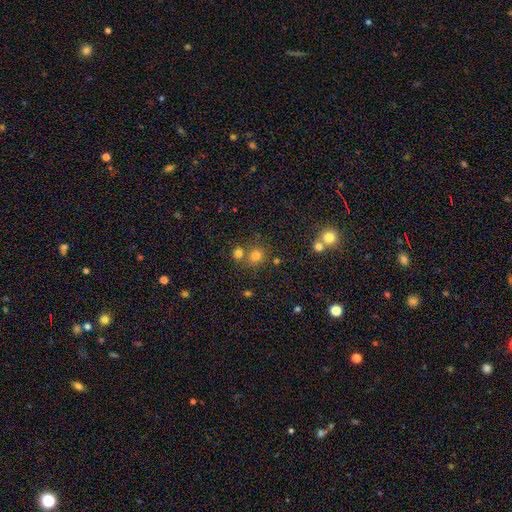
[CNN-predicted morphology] Q: Smooth or featured?
A: smooth (71%); runner-up: star or artifact (21%)
Q: How rounded?
A: round (83%); runner-up: in between (16%)
Q: Merging?
A: none (63%); runner-up: merger (25%)